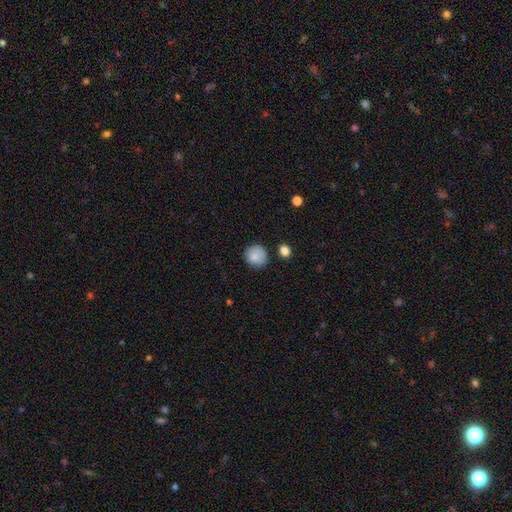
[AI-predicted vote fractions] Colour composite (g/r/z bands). It shows a smooth galaxy with no disk features (85%) that is round (88%). Merging: none (78%).